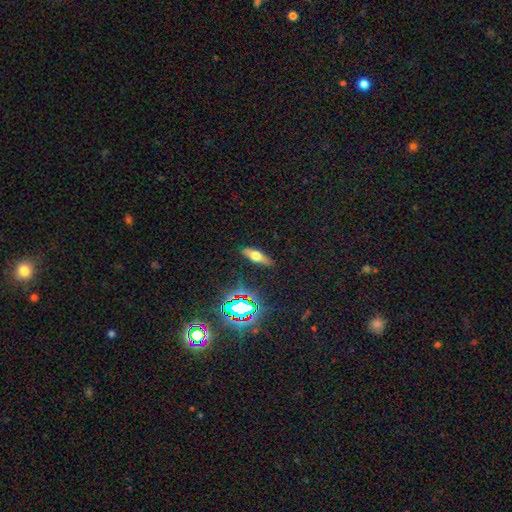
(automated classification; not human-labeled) The model was most divided on "how rounded": in between: 53%, cigar-shaped: 43%, round: 5%. More confident: merging — none (85%); smooth or featured — smooth (51%).